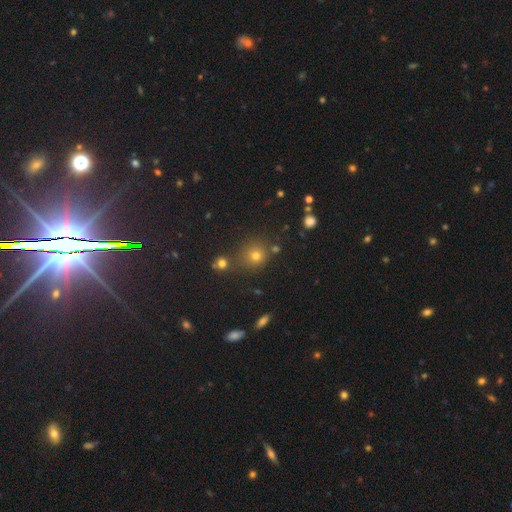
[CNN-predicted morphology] The model was most divided on "smooth or featured": star or artifact: 54%, smooth: 35%, featured or disk: 10%.